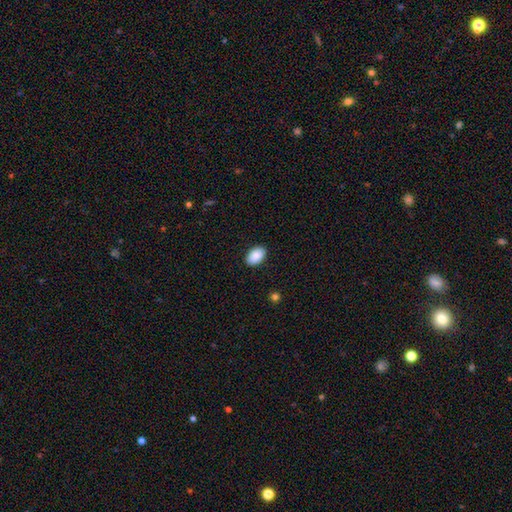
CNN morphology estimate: A smooth galaxy with no disk features (90%) that is in between round and cigar-shaped (92%).

Vote fractions:
- Smooth or featured? smooth: 90% / star or artifact: 7% / featured or disk: 3%
- How rounded? in between: 92% / round: 6% / cigar-shaped: 1%
- Merging? none: 90% / minor disturbance: 7% / major disturbance: 2% / merger: 1%